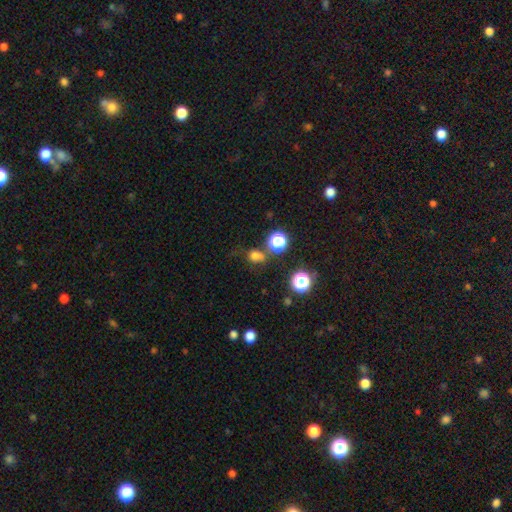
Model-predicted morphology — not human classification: A smooth galaxy with no disk features (67%) that is round (68%).

Vote fractions:
- Smooth or featured? smooth: 67% / star or artifact: 24% / featured or disk: 8%
- How rounded? round: 68% / in between: 30% / cigar-shaped: 2%
- Merging? none: 59% / minor disturbance: 17% / merger: 15% / major disturbance: 9%